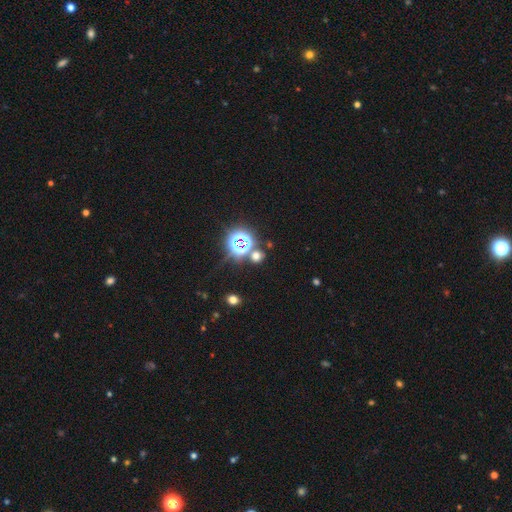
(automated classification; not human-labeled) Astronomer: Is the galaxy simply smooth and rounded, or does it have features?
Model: star or artifact — 51% (runner-up: smooth, 42%).